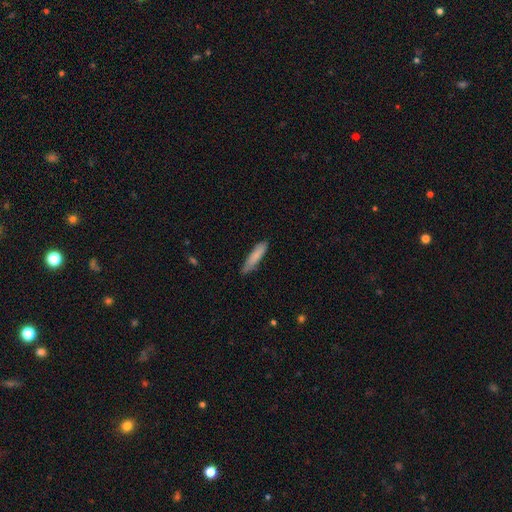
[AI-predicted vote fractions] smooth_or_featured: smooth (p=0.81) [alt: featured or disk p=0.13]
how_rounded: cigar-shaped (p=0.84) [alt: in between p=0.14]
merging: none (p=0.78) [alt: minor disturbance p=0.18]